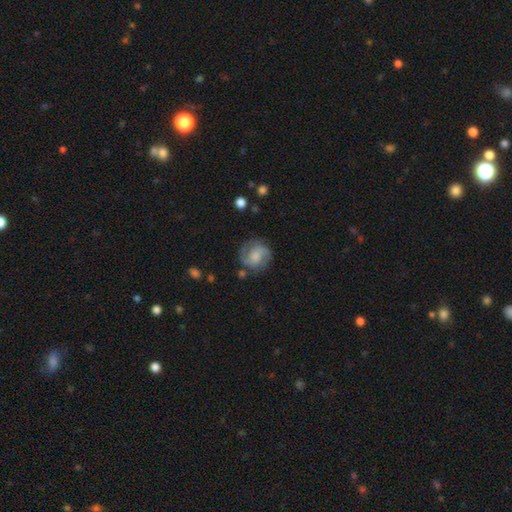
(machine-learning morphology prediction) This is likely a featured or disk galaxy (67%). It is clearly not viewed edge-on (98%). Bar: possibly no (55%). Spiral arm pattern: clearly yes (93%). Spiral arm count: clearly 2 (82%). Spiral winding: possibly medium (49%). Central bulge: marginally moderate (29%). Merging: likely none (76%).